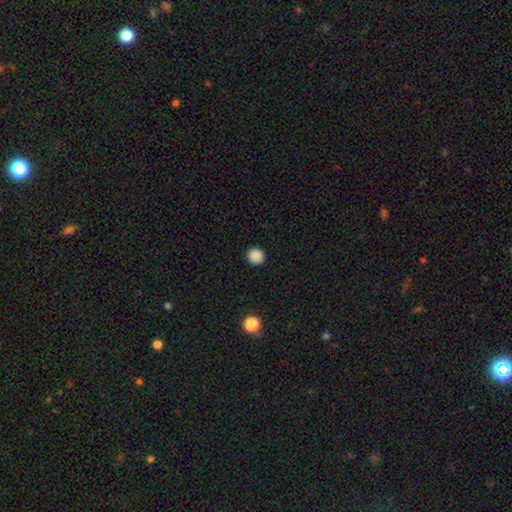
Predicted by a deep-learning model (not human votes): The model was most divided on "how rounded": round: 88%, in between: 11%, cigar-shaped: 1%. More confident: merging — none (92%); smooth or featured — smooth (88%).